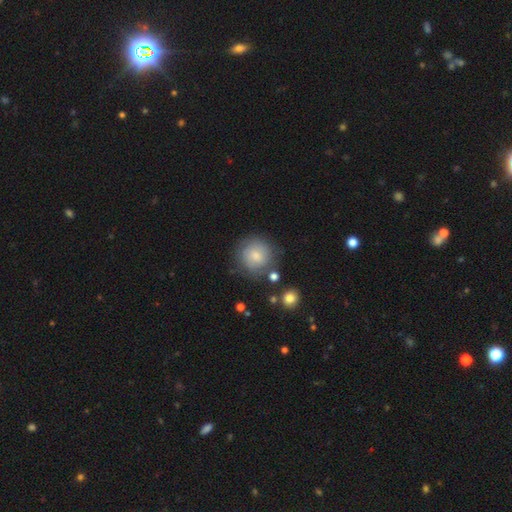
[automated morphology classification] smooth 75%, featured or disk 17%, star or artifact 8%. Down the decision tree: how rounded — round (91%); merging — none (75%).